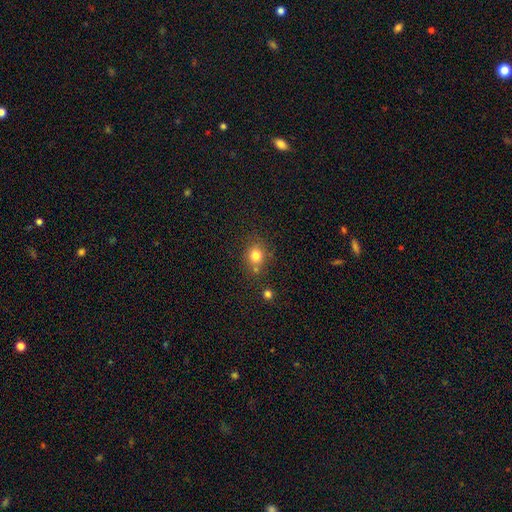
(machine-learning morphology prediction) type=smooth (79%); roundness=round (75%); merging=none (67%).